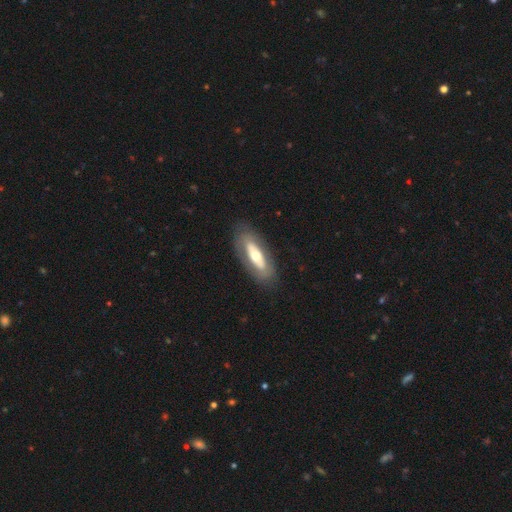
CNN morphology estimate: Smooth or featured? featured or disk (52%)
Edge-on disk? no (74%)
Merging? none (80%)